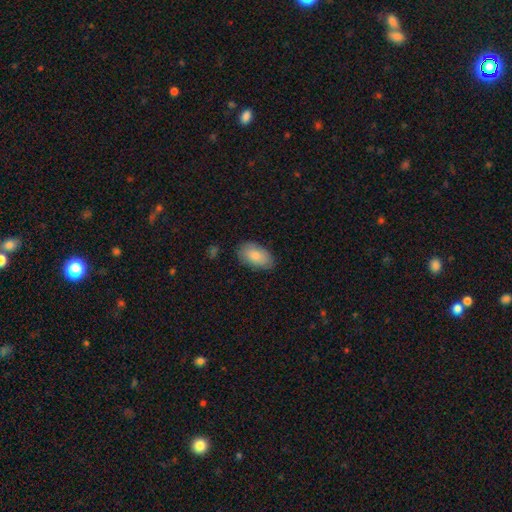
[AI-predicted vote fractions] Smooth or featured? smooth (85%)
How rounded? in between (94%)
Merging? none (82%)